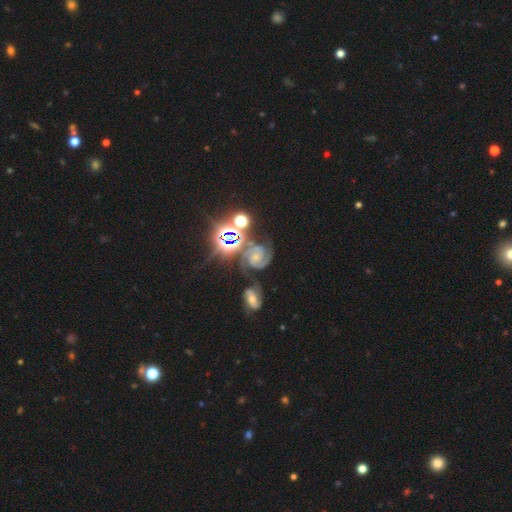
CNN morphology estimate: featured or disk 70%, star or artifact 21%, smooth 9%. Down the decision tree: edge-on disk — no (97%); bar — no (60%); spiral arms — yes (97%); spiral arm count — 2 (73%); spiral winding — tight (50%); bulge size — small (54%); merging — none (51%).